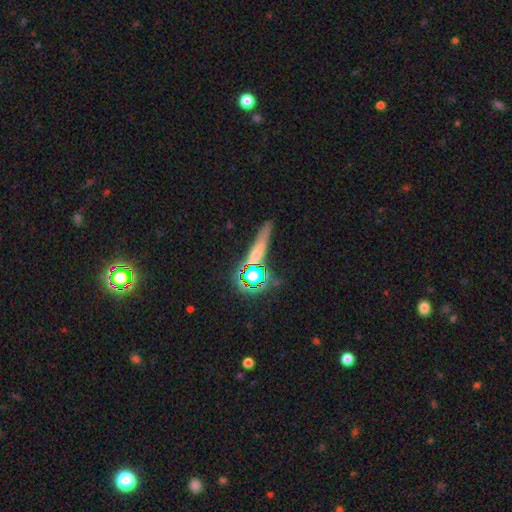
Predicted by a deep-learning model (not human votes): Smooth or featured? Predicted: star or artifact (p=0.44).